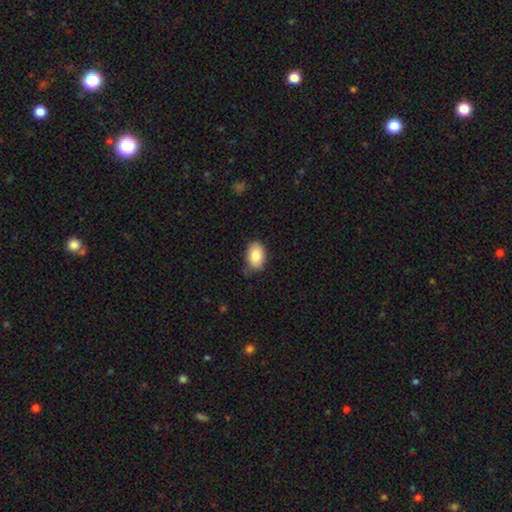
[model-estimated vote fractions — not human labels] This appears to be a smooth galaxy with no disk features (87%) that is in between round and cigar-shaped (89%). Merging: none (70%).